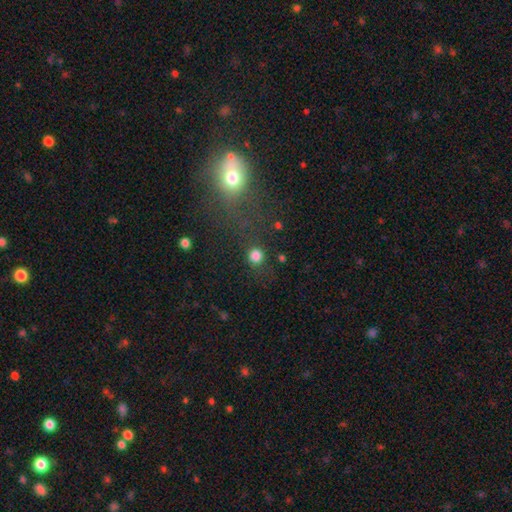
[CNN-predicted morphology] A smooth galaxy with no disk features (81%) that is round (91%).

Vote fractions:
- Smooth or featured? smooth: 81% / star or artifact: 14% / featured or disk: 5%
- How rounded? round: 91% / in between: 8% / cigar-shaped: 1%
- Merging? none: 81% / minor disturbance: 9% / major disturbance: 5% / merger: 5%